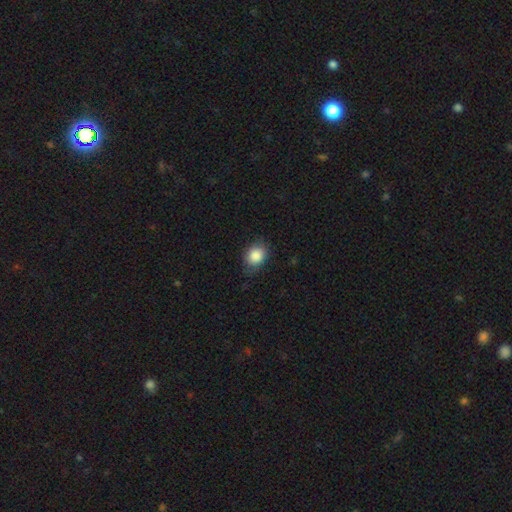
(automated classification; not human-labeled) Q: Smooth or featured?
A: smooth (85%); runner-up: star or artifact (8%)
Q: How rounded?
A: in between (56%); runner-up: round (42%)
Q: Merging?
A: none (72%); runner-up: minor disturbance (22%)